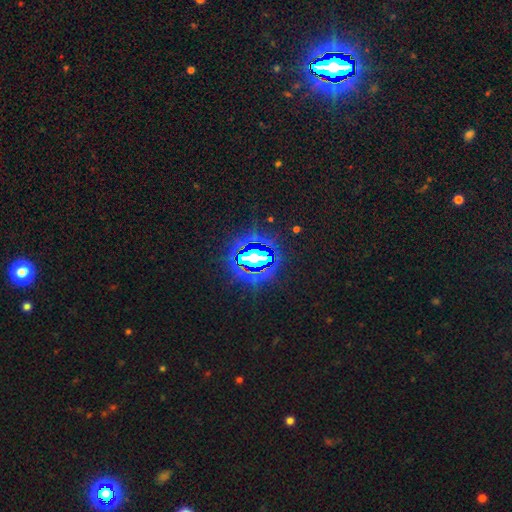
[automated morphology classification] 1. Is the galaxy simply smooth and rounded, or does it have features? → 76% star or artifact, 12% smooth, 12% featured or disk.